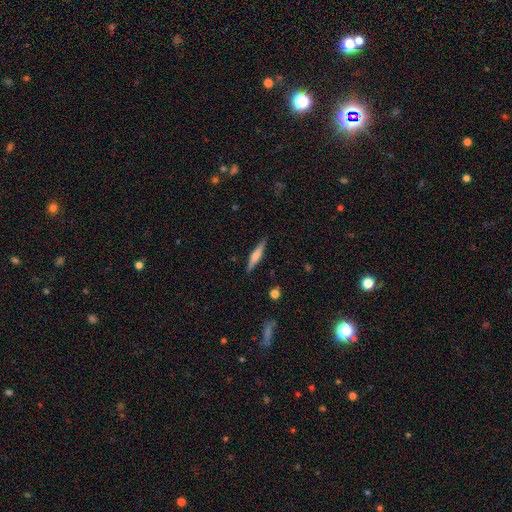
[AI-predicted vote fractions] Smooth or featured? Predicted: smooth (p=0.47, tied with featured or disk). Merging? Predicted: none (p=0.89).